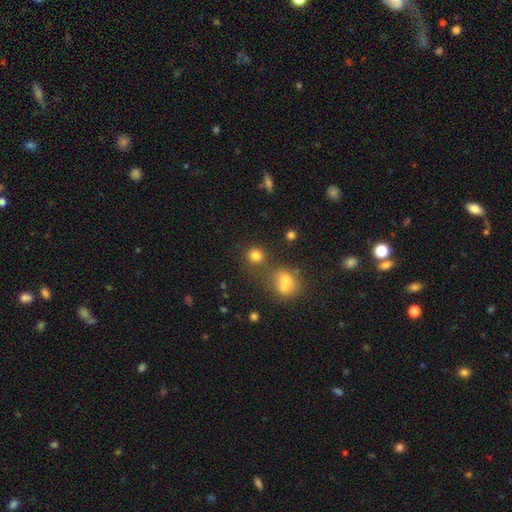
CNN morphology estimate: smooth_or_featured: smooth (p=0.79) [alt: star or artifact p=0.15]
how_rounded: round (p=0.89) [alt: in between p=0.10]
merging: none (p=0.73) [alt: merger p=0.15]